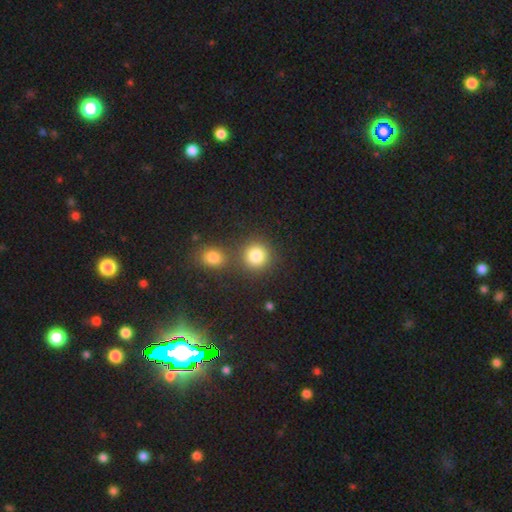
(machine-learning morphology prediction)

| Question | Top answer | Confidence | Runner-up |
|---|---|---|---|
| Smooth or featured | smooth | 83% | star or artifact (12%) |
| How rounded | round | 90% | in between (9%) |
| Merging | none | 69% | merger (20%) |